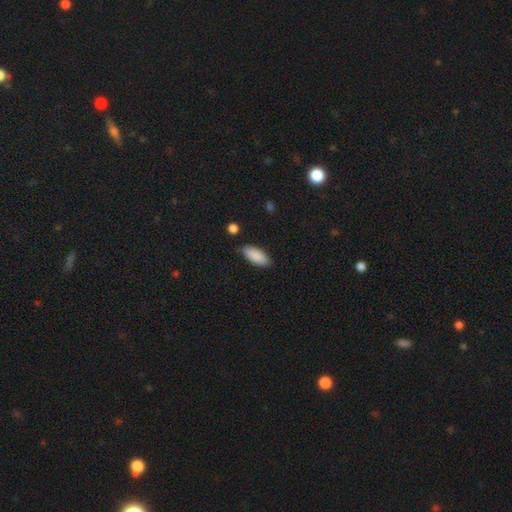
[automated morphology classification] smooth-or-featured: smooth: 89% | star or artifact: 6% | featured or disk: 5%
  how-rounded: in between: 83% | cigar-shaped: 16% | round: 2%
  merging: none: 82% | minor disturbance: 13% | major disturbance: 3% | merger: 2%